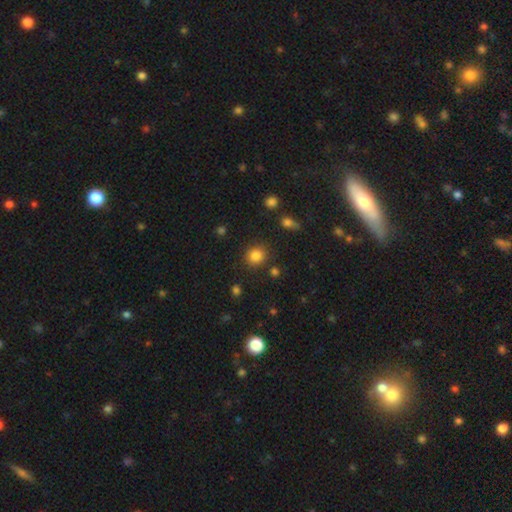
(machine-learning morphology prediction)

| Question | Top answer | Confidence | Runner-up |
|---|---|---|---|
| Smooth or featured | smooth | 83% | star or artifact (12%) |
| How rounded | round | 84% | in between (15%) |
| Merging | none | 86% | minor disturbance (8%) |